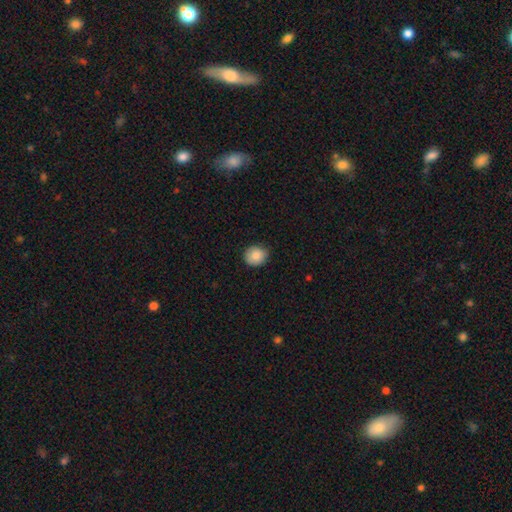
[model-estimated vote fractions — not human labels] smooth_or_featured: smooth (p=0.86) [alt: star or artifact p=0.08]
how_rounded: round (p=0.82) [alt: in between p=0.17]
merging: none (p=0.83) [alt: minor disturbance p=0.13]